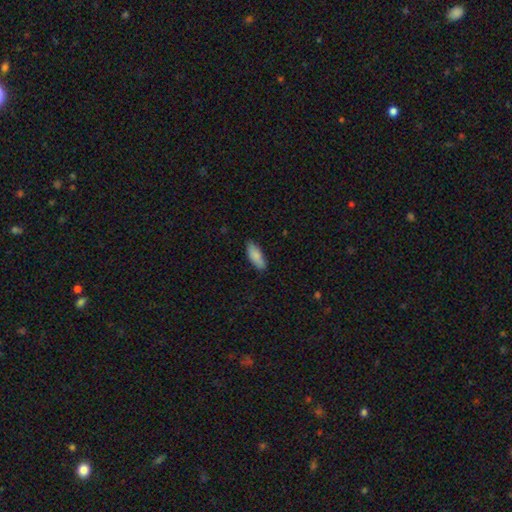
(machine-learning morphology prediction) Smooth or featured?
  - smooth: 85% *
  - featured or disk: 9%
  - star or artifact: 6%
How rounded?
  - in between: 73% *
  - cigar-shaped: 25%
  - round: 2%
Merging?
  - none: 82% *
  - minor disturbance: 14%
  - major disturbance: 2%
  - merger: 1%